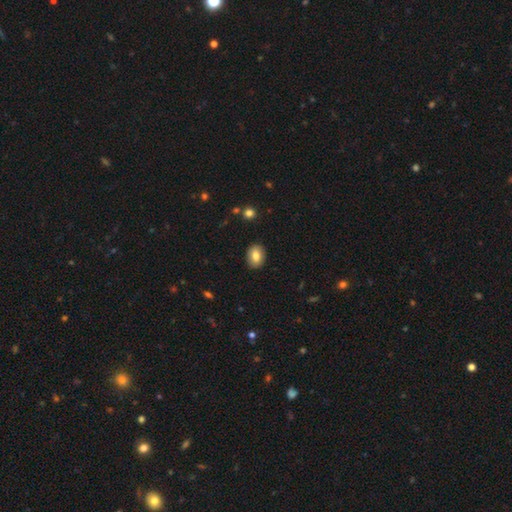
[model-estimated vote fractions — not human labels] Q: Smooth or featured?
A: smooth (81%); runner-up: featured or disk (11%)
Q: How rounded?
A: in between (74%); runner-up: round (25%)
Q: Merging?
A: none (90%); runner-up: minor disturbance (7%)